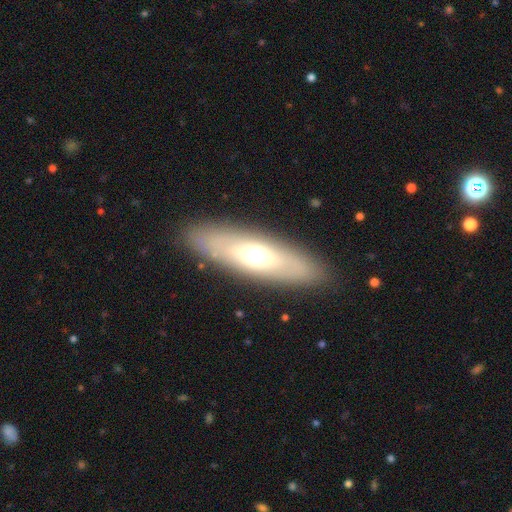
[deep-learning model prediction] Smooth or featured?
  - smooth: 52% *
  - featured or disk: 41%
  - star or artifact: 7%
How rounded?
  - in between: 49% *
  - cigar-shaped: 48%
  - round: 3%
Merging?
  - none: 88% *
  - minor disturbance: 8%
  - major disturbance: 3%
  - merger: 1%